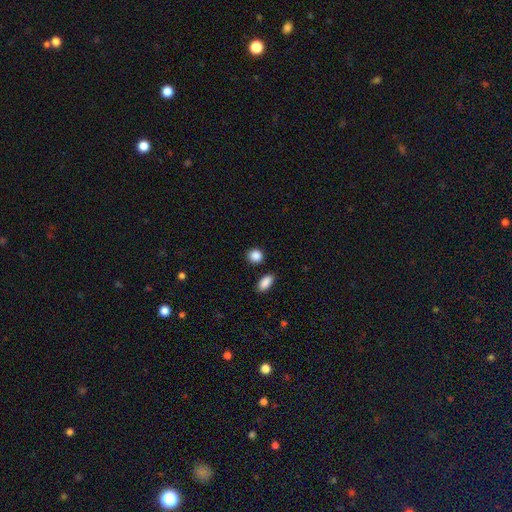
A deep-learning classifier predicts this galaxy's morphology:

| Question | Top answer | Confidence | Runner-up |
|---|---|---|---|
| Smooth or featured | smooth | 88% | star or artifact (8%) |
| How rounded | round | 75% | in between (23%) |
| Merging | none | 85% | minor disturbance (8%) |